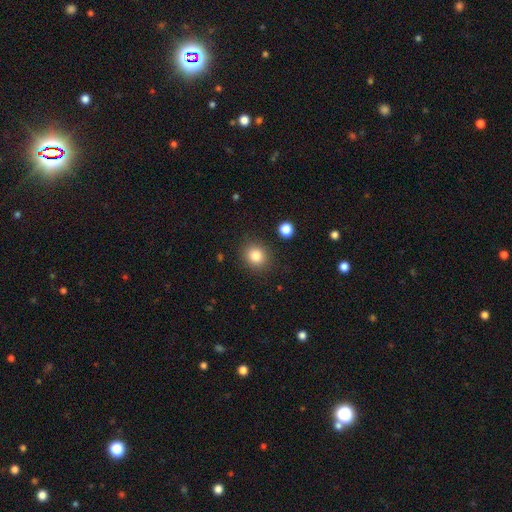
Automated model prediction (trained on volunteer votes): smooth-or-featured: smooth: 83% | star or artifact: 11% | featured or disk: 6%
  how-rounded: round: 78% | in between: 21% | cigar-shaped: 1%
  merging: none: 87% | minor disturbance: 8% | major disturbance: 3% | merger: 2%